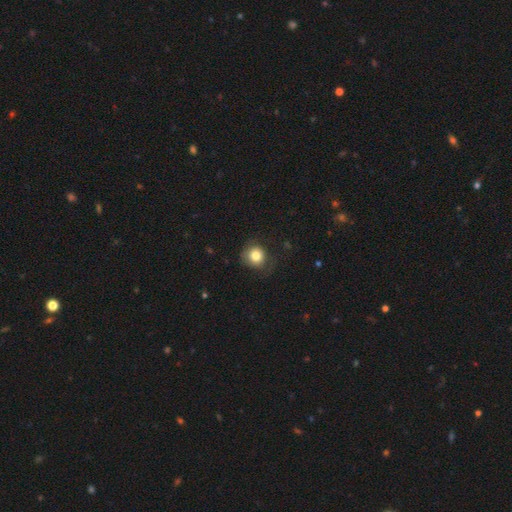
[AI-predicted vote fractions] smooth-or-featured: smooth: 80% | star or artifact: 10% | featured or disk: 10%
  how-rounded: round: 87% | in between: 12% | cigar-shaped: 1%
  merging: none: 70% | minor disturbance: 20% | major disturbance: 9% | merger: 1%